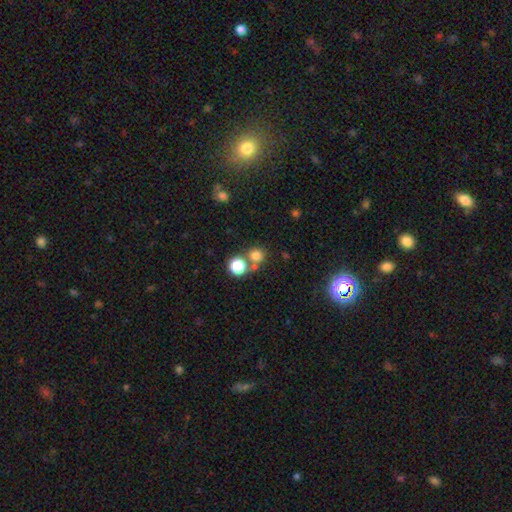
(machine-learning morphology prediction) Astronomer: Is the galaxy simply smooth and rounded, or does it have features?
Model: smooth — 76%.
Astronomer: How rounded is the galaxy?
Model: round — 88%.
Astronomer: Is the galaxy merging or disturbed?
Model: none — 61%.